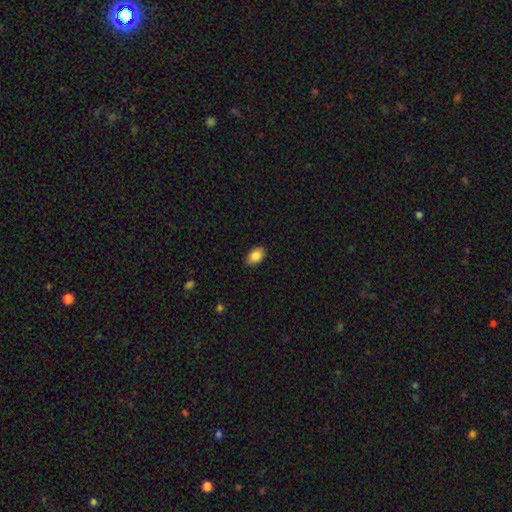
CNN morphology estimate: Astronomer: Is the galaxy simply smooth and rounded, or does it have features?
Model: smooth — 88%.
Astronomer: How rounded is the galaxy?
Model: in between — 89%.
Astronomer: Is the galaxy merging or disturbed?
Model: none — 87%.